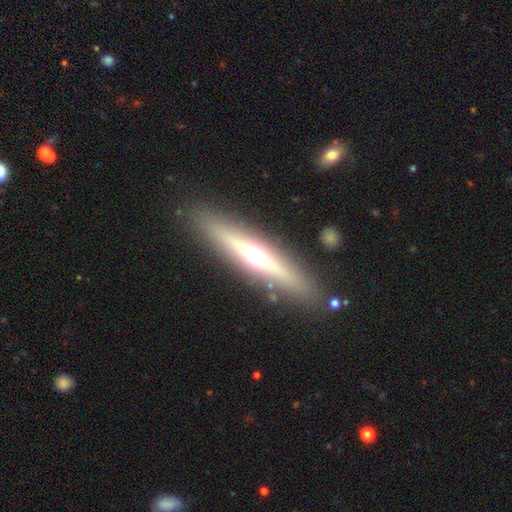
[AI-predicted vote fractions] Smooth or featured? featured or disk (66%)
Edge-on disk? yes (93%)
Edge-on bulge? rounded (93%)
Merging? none (87%)